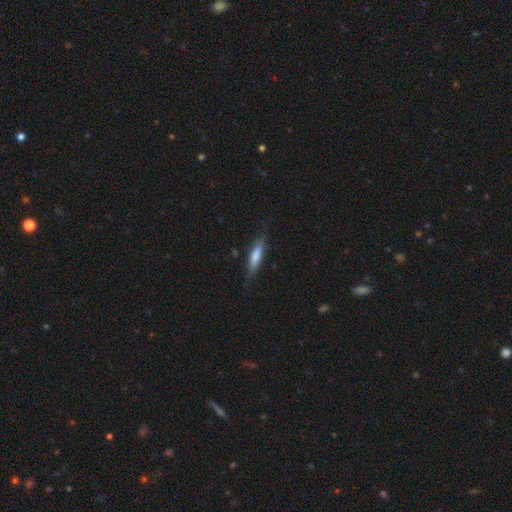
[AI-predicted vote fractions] Smooth or featured? Predicted: smooth (p=0.70). How rounded? Predicted: cigar-shaped (p=0.73). Merging? Predicted: none (p=0.77).